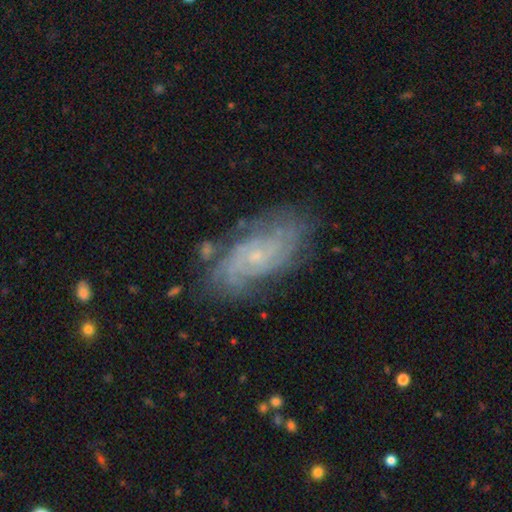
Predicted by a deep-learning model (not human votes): Q: Smooth or featured?
A: featured or disk (78%); runner-up: smooth (14%)
Q: Edge-on disk?
A: no (94%); runner-up: yes (6%)
Q: Bar?
A: no (72%); runner-up: weak (24%)
Q: Spiral arms?
A: yes (92%); runner-up: no (8%)
Q: Spiral winding?
A: tight (56%); runner-up: medium (33%)
Q: Spiral arm count?
A: can't tell (41%); runner-up: 2 (25%)
Q: Bulge size?
A: small (81%); runner-up: moderate (13%)
Q: Merging?
A: none (73%); runner-up: minor disturbance (18%)